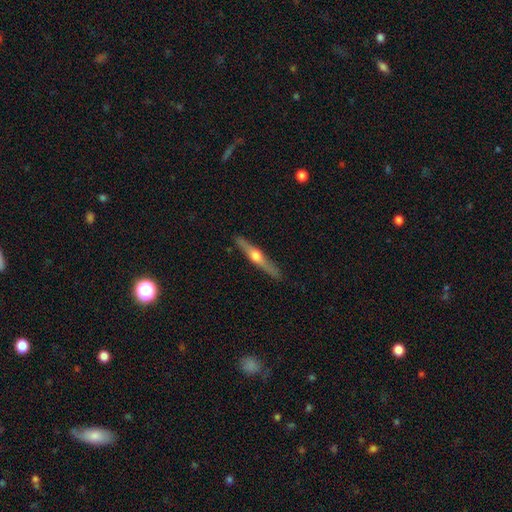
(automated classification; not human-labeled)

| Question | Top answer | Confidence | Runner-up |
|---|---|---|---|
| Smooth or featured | featured or disk | 71% | smooth (24%) |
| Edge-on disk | yes | 97% | no (3%) |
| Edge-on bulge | rounded | 93% | none (3%) |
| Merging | none | 89% | minor disturbance (8%) |